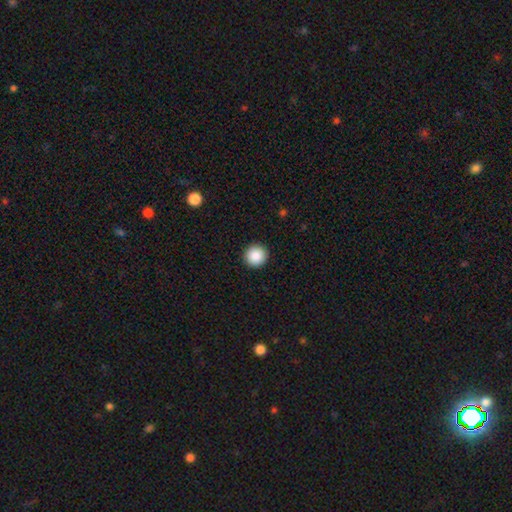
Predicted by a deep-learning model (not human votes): Smooth or featured: smooth — 88% (star or artifact — 9%)
How rounded: round — 96% (in between — 3%)
Merging: none — 93% (minor disturbance — 5%)